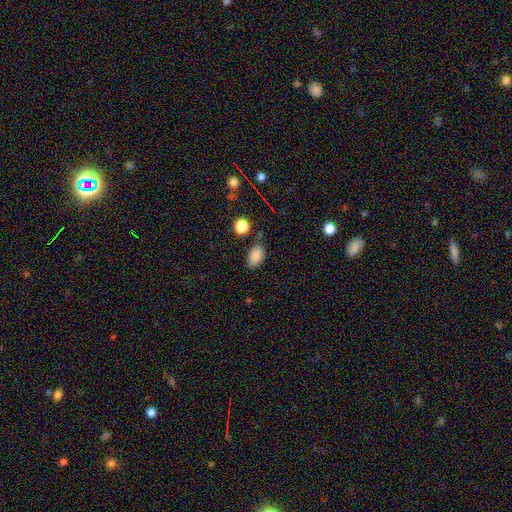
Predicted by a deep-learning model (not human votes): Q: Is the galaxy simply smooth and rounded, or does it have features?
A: smooth — 84%.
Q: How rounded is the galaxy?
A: in between — 88%.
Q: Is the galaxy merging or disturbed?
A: none — 70%.